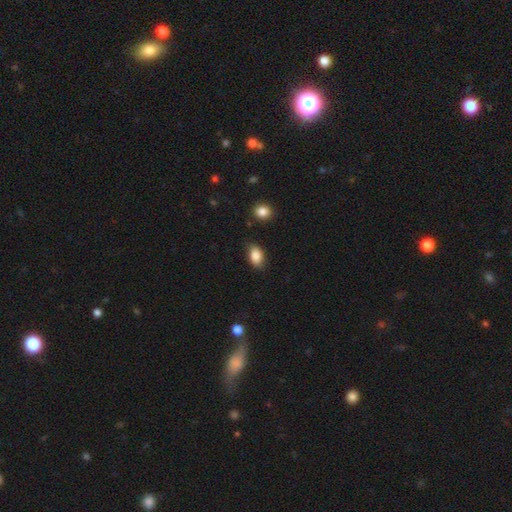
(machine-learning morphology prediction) Smooth or featured? Predicted: smooth (p=0.86). How rounded? Predicted: in between (p=0.87). Merging? Predicted: none (p=0.81).